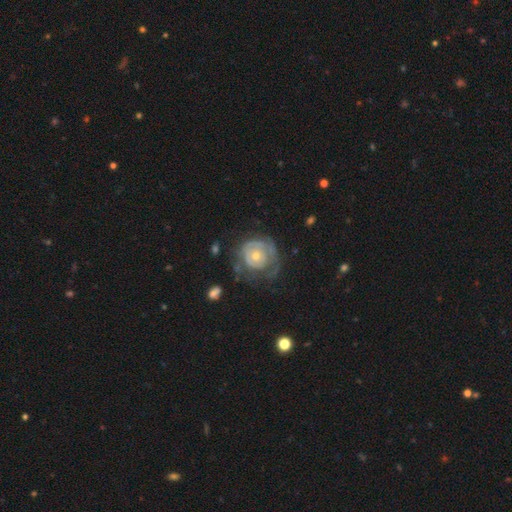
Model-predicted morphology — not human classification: The model was most divided on "bulge size": moderate: 52%, small: 42%, large: 3%, none: 1%, dominant: 1%. Remaining: edge-on disk — no (97%); bar — no (85%); smooth or featured — featured or disk (68%); spiral arms — yes (65%); merging — none (49%).